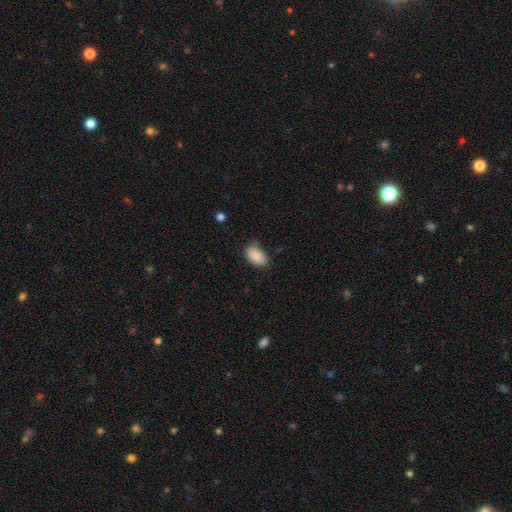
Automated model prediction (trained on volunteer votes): Morphology: type=smooth (88%); roundness=in between (91%); merging=none (69%).